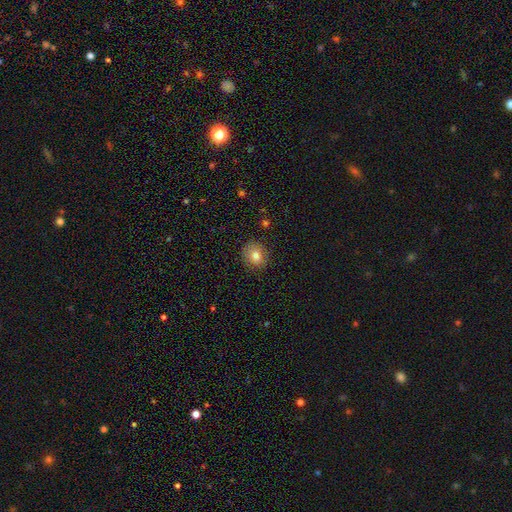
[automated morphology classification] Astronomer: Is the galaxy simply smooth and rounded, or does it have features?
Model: smooth — 79%.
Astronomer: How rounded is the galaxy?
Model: round — 70%.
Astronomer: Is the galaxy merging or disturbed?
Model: none — 85%.